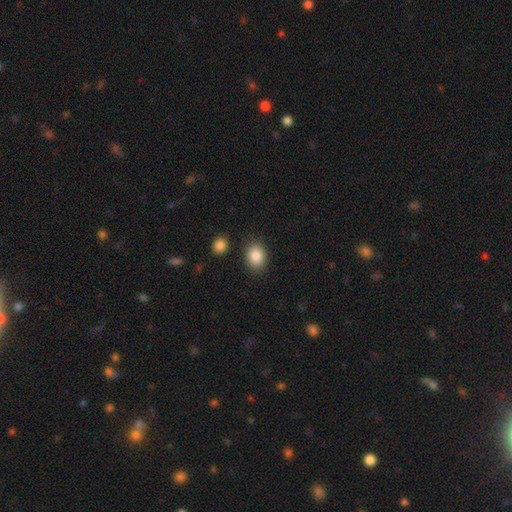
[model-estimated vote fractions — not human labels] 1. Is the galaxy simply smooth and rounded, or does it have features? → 86% smooth, 8% star or artifact, 6% featured or disk.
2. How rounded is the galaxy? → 64% in between, 35% round, 1% cigar-shaped.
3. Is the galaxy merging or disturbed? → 85% none, 9% minor disturbance, 3% merger, 3% major disturbance.